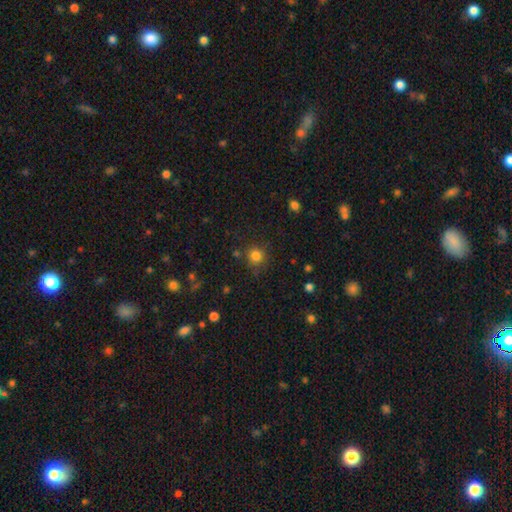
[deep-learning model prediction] Overall: smooth (81%). How rounded: round (91%). Merging: none (81%).